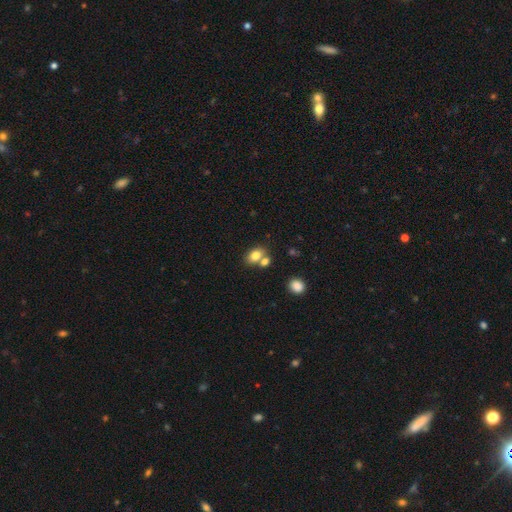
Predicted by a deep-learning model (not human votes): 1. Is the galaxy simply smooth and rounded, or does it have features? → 79% smooth, 10% featured or disk, 10% star or artifact.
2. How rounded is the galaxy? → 78% in between, 21% round, 1% cigar-shaped.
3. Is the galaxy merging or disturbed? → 49% none, 37% merger, 11% minor disturbance, 4% major disturbance.